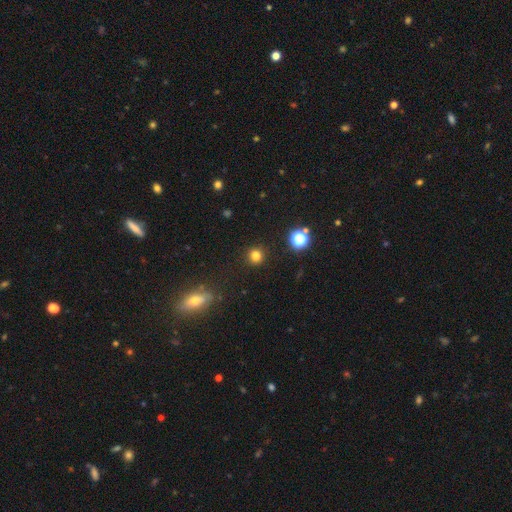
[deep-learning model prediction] A smooth galaxy with no disk features (79%) that is round (92%). Merging: none (91%).